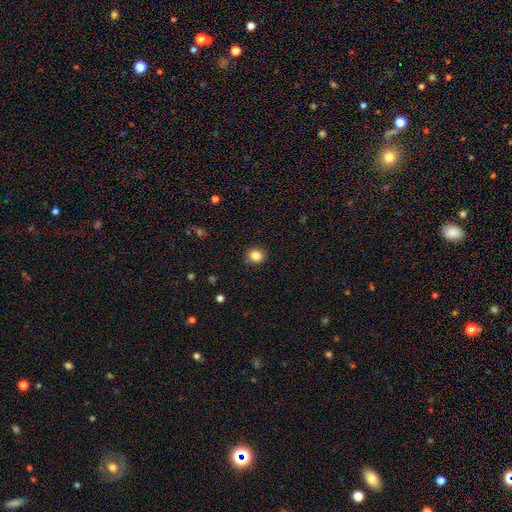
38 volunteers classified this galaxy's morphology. A smooth galaxy with no disk features (92%) that is round (66%).

Vote fractions:
- Smooth or featured? smooth: 92% / star or artifact: 8% / featured or disk: 0%
- How rounded? round: 66% / in between: 34% / cigar-shaped: 0%
- Merging? none: 91% / minor disturbance: 9% / major disturbance: 0% / merger: 0%